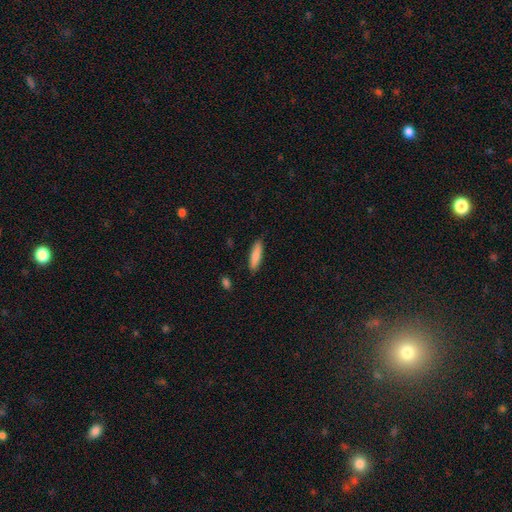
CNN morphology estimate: The model was most divided on "how rounded": cigar-shaped: 73%, in between: 26%, round: 2%. More confident: merging — none (88%); smooth or featured — smooth (80%).